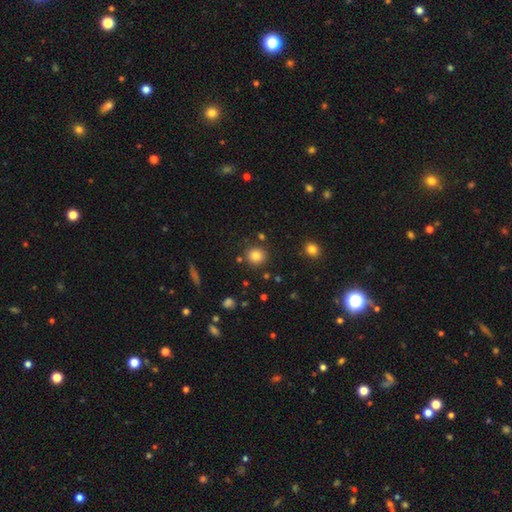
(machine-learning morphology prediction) Smooth or featured: smooth — 83% (star or artifact — 11%)
How rounded: round — 91% (in between — 8%)
Merging: none — 87% (minor disturbance — 7%)